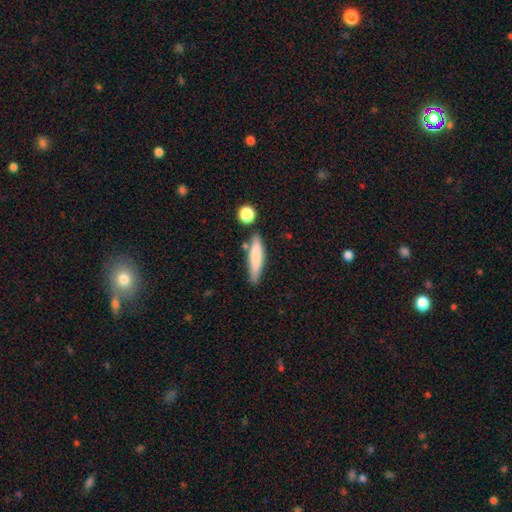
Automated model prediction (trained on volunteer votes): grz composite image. It shows a smooth galaxy with no disk features (76%) that is cigar-shaped (84%). Merging: none (72%).